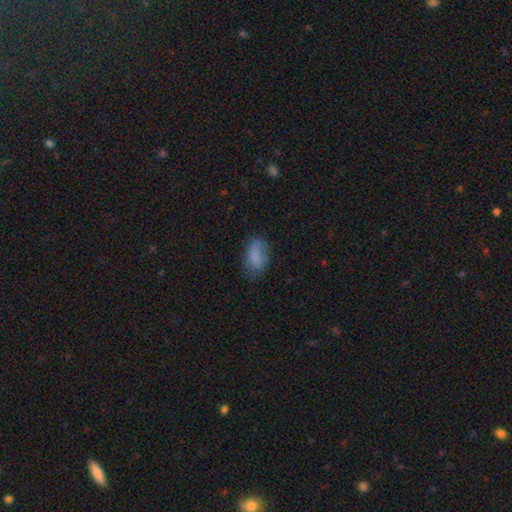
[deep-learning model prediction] Q: Smooth or featured?
A: smooth (79%); runner-up: featured or disk (12%)
Q: How rounded?
A: in between (90%); runner-up: round (7%)
Q: Merging?
A: none (63%); runner-up: minor disturbance (26%)